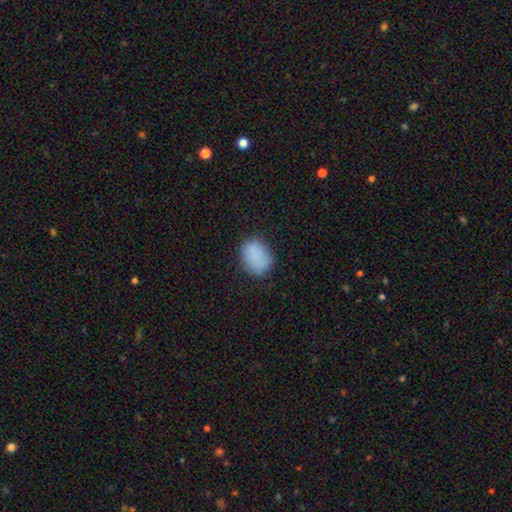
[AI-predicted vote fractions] Smooth or featured?
  - smooth: 85% *
  - star or artifact: 9%
  - featured or disk: 6%
How rounded?
  - in between: 62% *
  - round: 37%
  - cigar-shaped: 1%
Merging?
  - none: 72% *
  - minor disturbance: 21%
  - major disturbance: 6%
  - merger: 1%